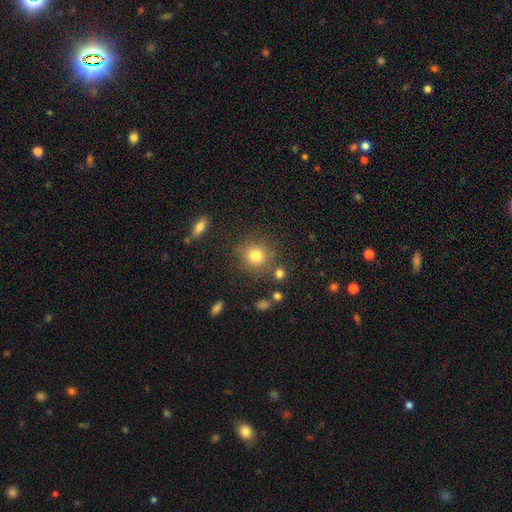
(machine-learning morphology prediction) Smooth or featured? Predicted: smooth (p=0.79). How rounded? Predicted: round (p=0.89). Merging? Predicted: none (p=0.80).